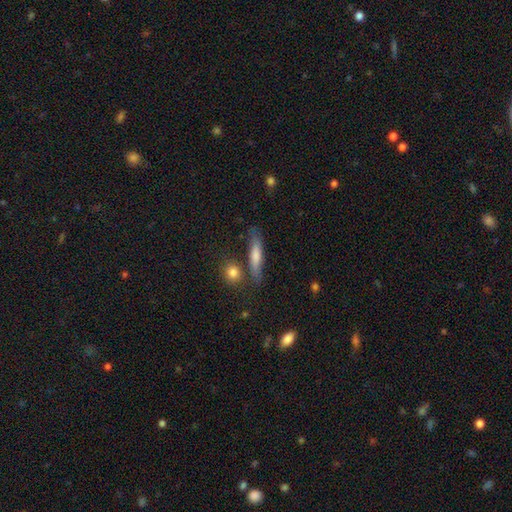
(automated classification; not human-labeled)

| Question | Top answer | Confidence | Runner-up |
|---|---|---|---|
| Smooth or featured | smooth | 69% | featured or disk (24%) |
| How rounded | cigar-shaped | 77% | in between (19%) |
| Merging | none | 71% | minor disturbance (16%) |